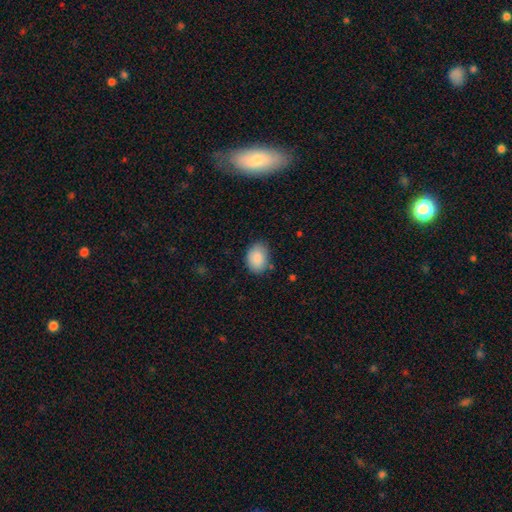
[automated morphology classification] A smooth galaxy with no disk features (88%) that is in between round and cigar-shaped (76%). Merging: none (78%).